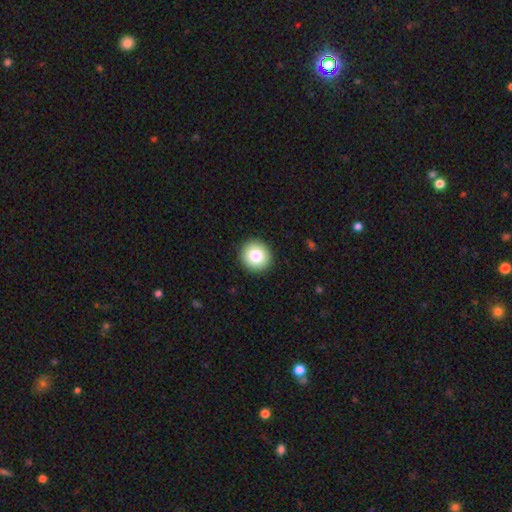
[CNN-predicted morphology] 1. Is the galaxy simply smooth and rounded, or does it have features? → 83% smooth, 9% star or artifact, 8% featured or disk.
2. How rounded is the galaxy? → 90% round, 9% in between, 1% cigar-shaped.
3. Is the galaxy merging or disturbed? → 92% none, 5% minor disturbance, 1% major disturbance, 1% merger.